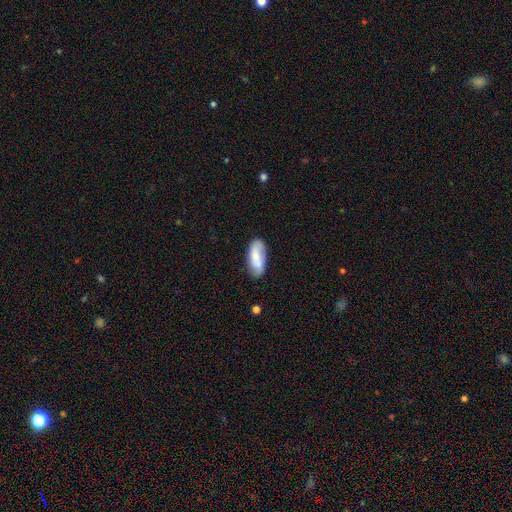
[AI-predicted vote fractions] Smooth or featured?
  - smooth: 65% *
  - featured or disk: 28%
  - star or artifact: 6%
How rounded?
  - in between: 85% *
  - cigar-shaped: 13%
  - round: 2%
Merging?
  - none: 66% *
  - minor disturbance: 21%
  - merger: 8%
  - major disturbance: 5%